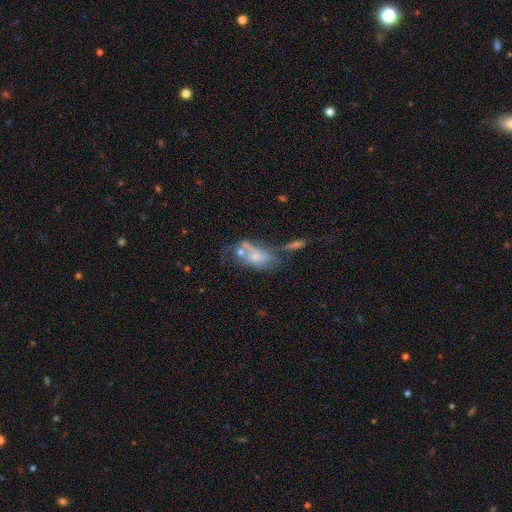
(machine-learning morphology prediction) The model was most divided on "merging": merger: 33%, major disturbance: 26%, none: 23%, minor disturbance: 18%. Remaining: smooth or featured — smooth (50%).